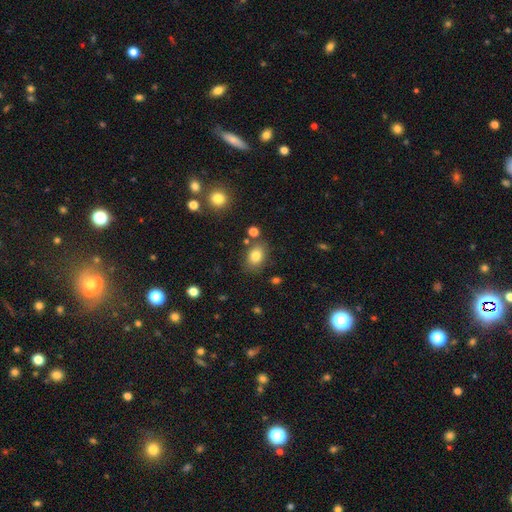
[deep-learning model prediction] This is likely a smooth galaxy (80%). How rounded: likely in between (77%). Merging: likely none (78%).